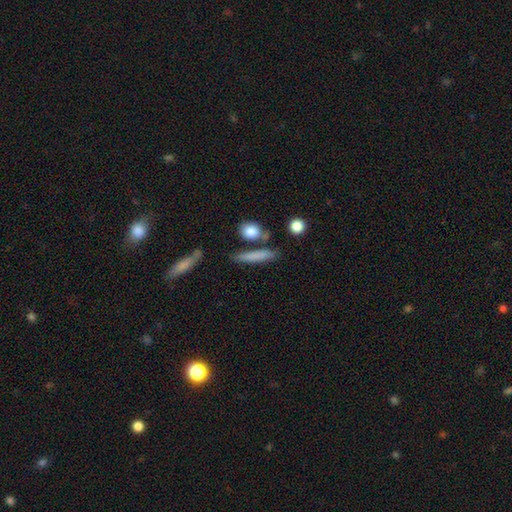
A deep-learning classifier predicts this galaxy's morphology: smooth_or_featured: smooth (p=0.76) [alt: featured or disk p=0.17]
how_rounded: cigar-shaped (p=0.75) [alt: in between p=0.17]
merging: none (p=0.74) [alt: minor disturbance p=0.13]